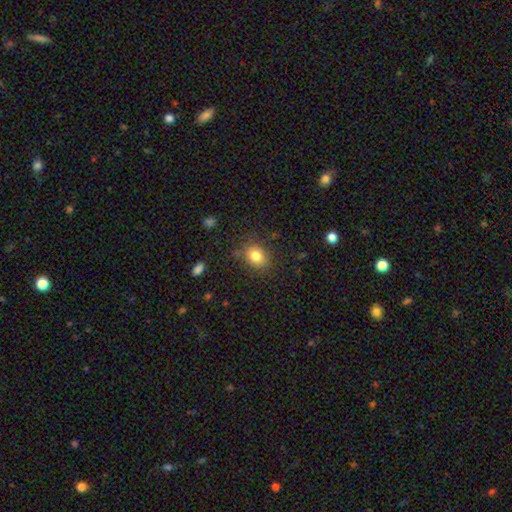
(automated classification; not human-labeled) A smooth galaxy with no disk features (81%) that is in between round and cigar-shaped (56%).

Vote fractions:
- Smooth or featured? smooth: 81% / star or artifact: 10% / featured or disk: 8%
- How rounded? in between: 56% / round: 43% / cigar-shaped: 1%
- Merging? none: 78% / minor disturbance: 15% / major disturbance: 5% / merger: 2%